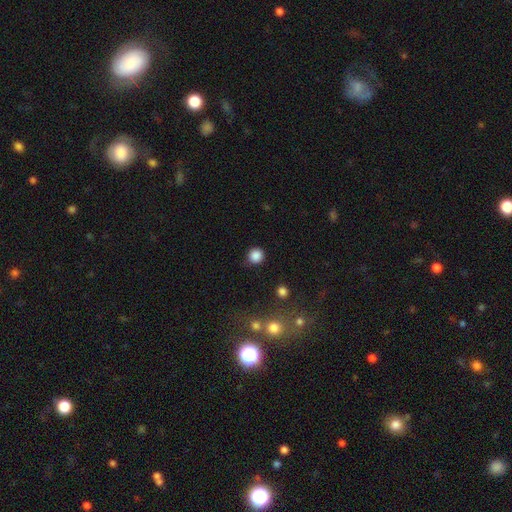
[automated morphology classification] smooth_or_featured: smooth (p=0.86) [alt: star or artifact p=0.11]
how_rounded: round (p=0.93) [alt: in between p=0.06]
merging: none (p=0.85) [alt: minor disturbance p=0.10]